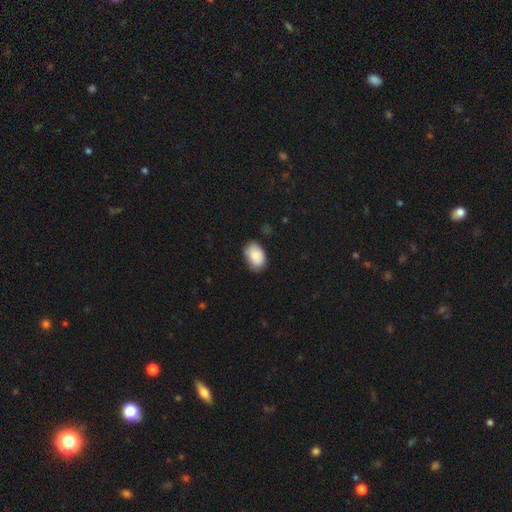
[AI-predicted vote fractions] This is clearly a smooth galaxy (85%). How rounded: clearly in between (84%). Merging: likely none (73%).